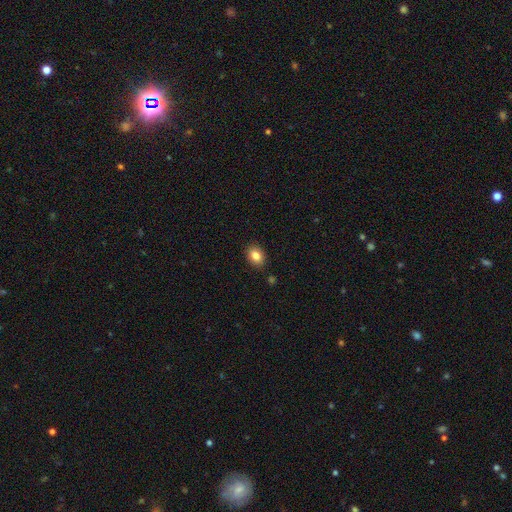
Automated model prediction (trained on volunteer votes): smooth-or-featured: smooth: 84% | star or artifact: 9% | featured or disk: 7%
  how-rounded: in between: 69% | round: 30% | cigar-shaped: 1%
  merging: none: 88% | minor disturbance: 9% | major disturbance: 2% | merger: 2%